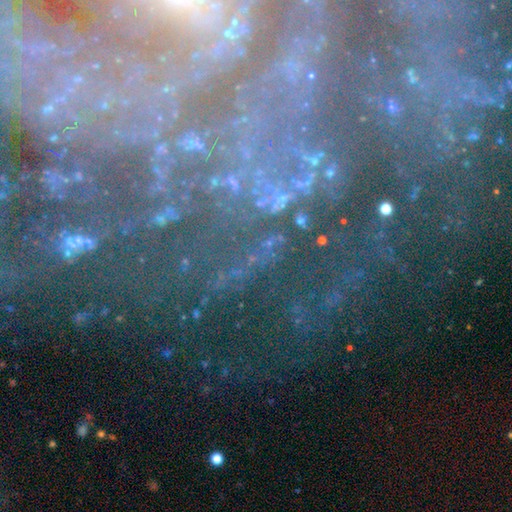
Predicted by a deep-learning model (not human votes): Q: Smooth or featured?
A: featured or disk (46%); runner-up: star or artifact (42%)
Q: Merging?
A: none (63%); runner-up: minor disturbance (16%)